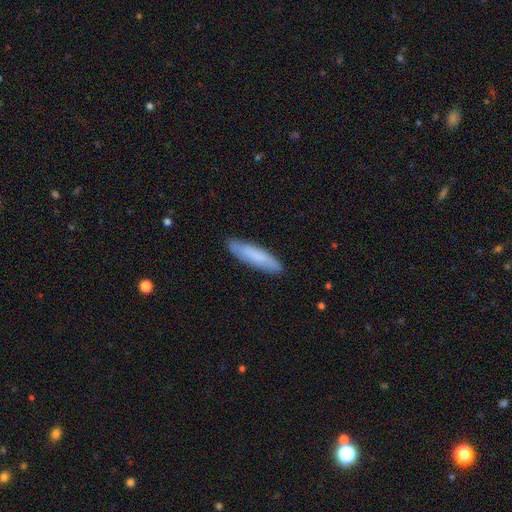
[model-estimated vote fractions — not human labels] Overall: smooth (74%). How rounded: cigar-shaped (77%). Merging: none (87%).